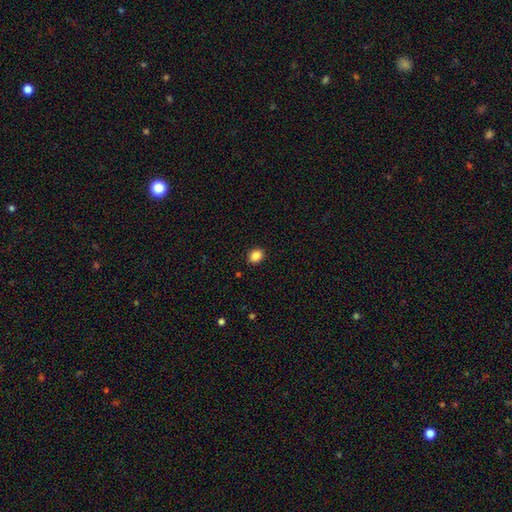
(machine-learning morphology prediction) type=smooth (87%); roundness=round (52%); merging=none (90%).